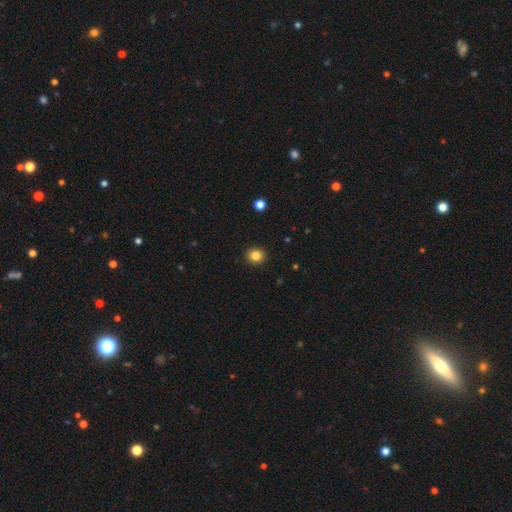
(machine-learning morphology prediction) smooth 85%, star or artifact 11%, featured or disk 4%. Down the decision tree: how rounded — round (80%); merging — none (92%).